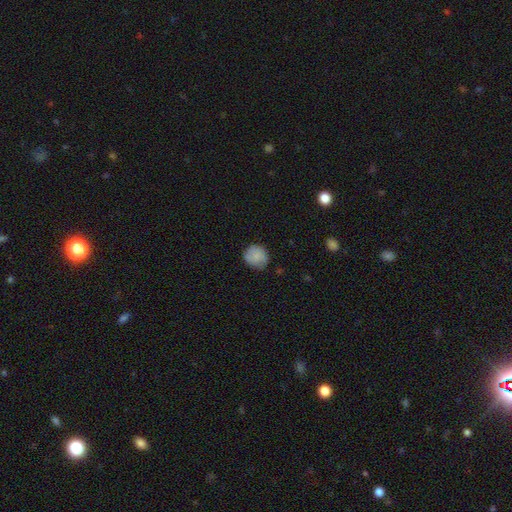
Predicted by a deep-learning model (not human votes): This appears to be a smooth galaxy with no disk features (83%) that is round (84%). Merging: none (76%).